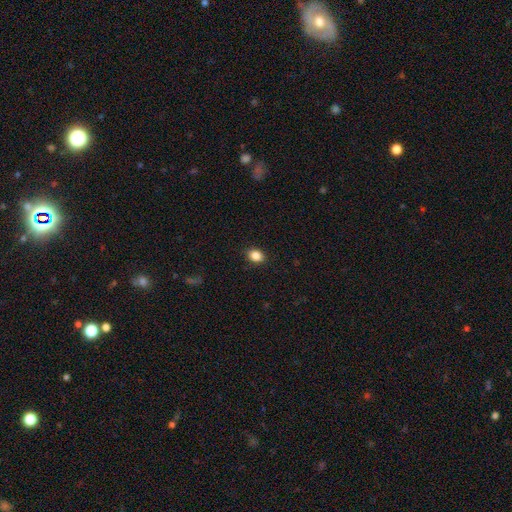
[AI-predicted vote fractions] Overall: smooth (86%). How rounded: in between (62%; round 36%). Merging: none (89%).